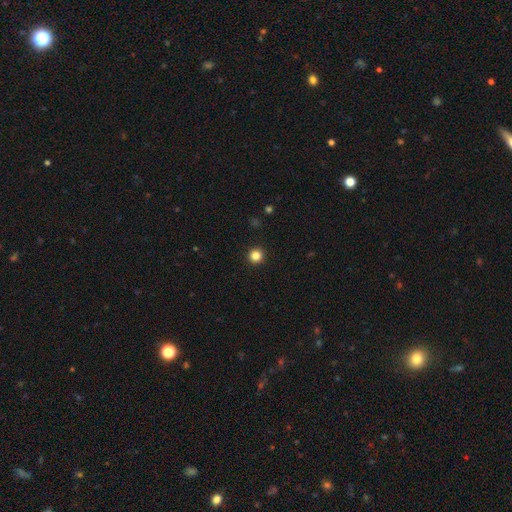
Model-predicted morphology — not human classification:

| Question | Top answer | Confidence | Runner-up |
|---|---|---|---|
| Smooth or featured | smooth | 84% | star or artifact (12%) |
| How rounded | round | 96% | in between (3%) |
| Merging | none | 94% | minor disturbance (4%) |